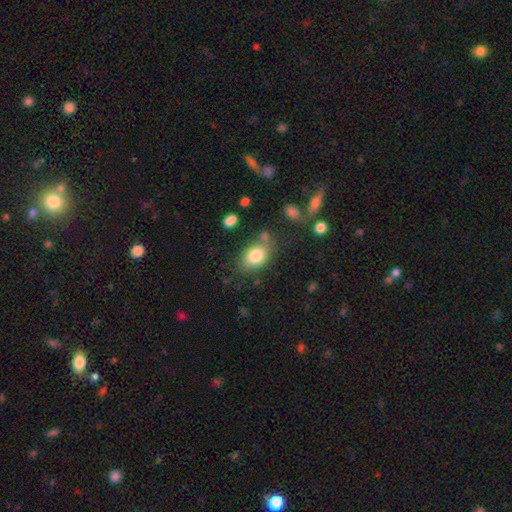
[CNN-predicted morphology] Overall: smooth (81%). How rounded: in between (81%). Merging: none (67%).